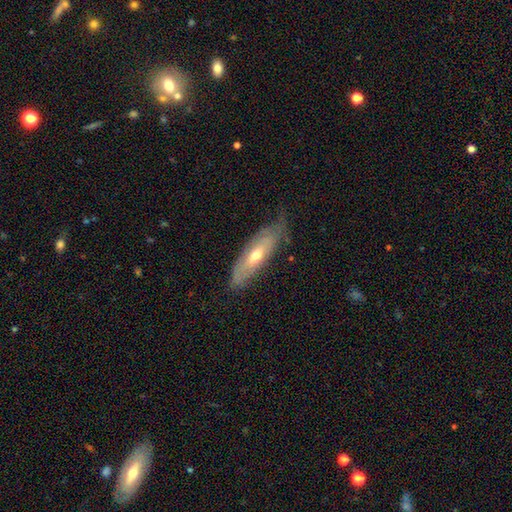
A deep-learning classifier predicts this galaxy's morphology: smooth_or_featured: featured or disk (p=0.53) [alt: smooth p=0.41]
disk_edge_on: no (p=0.61) [alt: yes p=0.39]
merging: none (p=0.58) [alt: minor disturbance p=0.29]